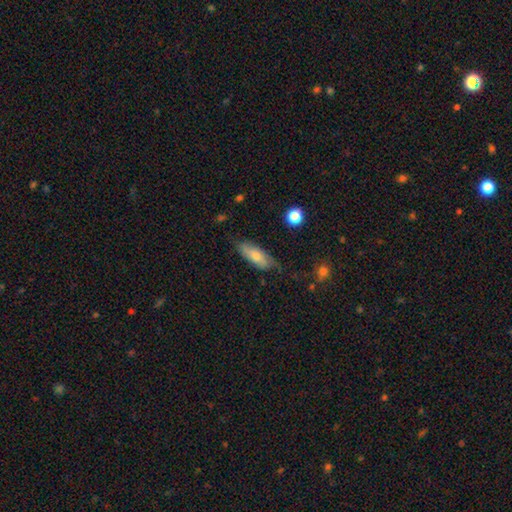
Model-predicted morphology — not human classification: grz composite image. It shows a smooth galaxy with no disk features (62%) that is in between round and cigar-shaped (60%). Merging: none (70%).